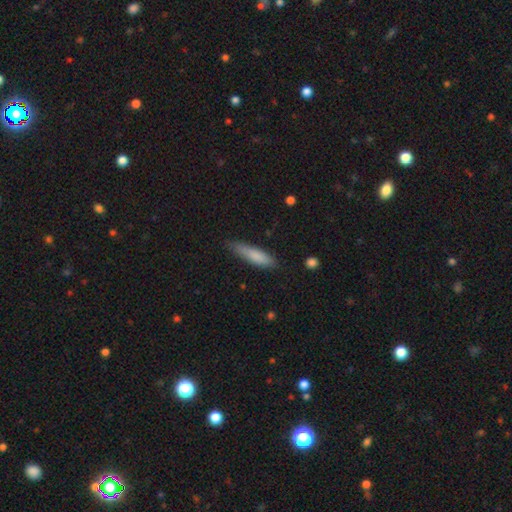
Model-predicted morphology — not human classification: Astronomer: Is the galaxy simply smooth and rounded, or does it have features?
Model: smooth — 81%.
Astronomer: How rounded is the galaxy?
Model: cigar-shaped — 75%.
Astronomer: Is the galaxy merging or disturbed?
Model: none — 74%.